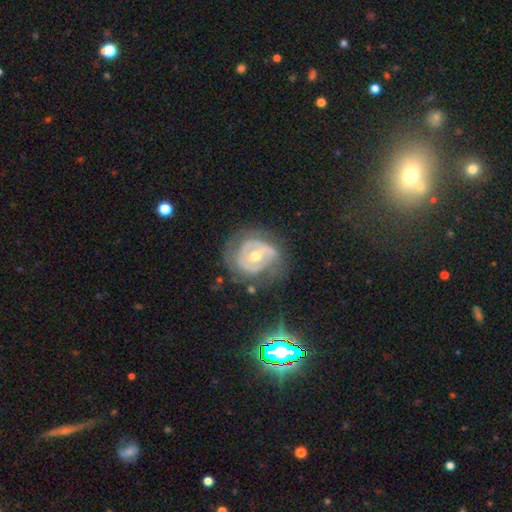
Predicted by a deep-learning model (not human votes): smooth_or_featured: featured or disk (p=0.76) [alt: smooth p=0.16]
disk_edge_on: no (p=0.97) [alt: yes p=0.03]
bar: no (p=0.48) [alt: weak p=0.34]
has_spiral_arms: yes (p=0.67) [alt: no p=0.33]
bulge_size: moderate (p=0.65) [alt: small p=0.29]
merging: none (p=0.60) [alt: minor disturbance p=0.22]